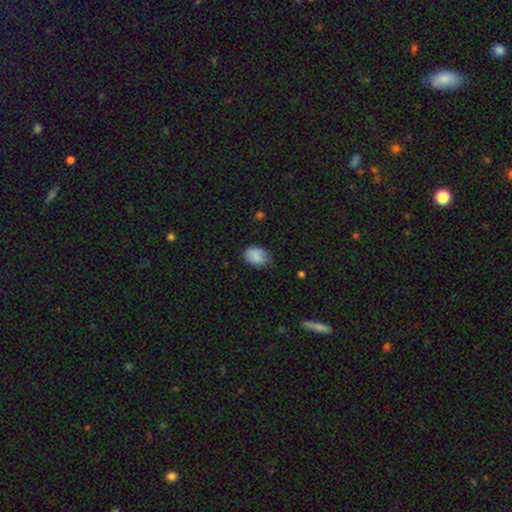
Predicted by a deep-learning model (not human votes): A smooth galaxy with no disk features (85%) that is in between round and cigar-shaped (77%).

Vote fractions:
- Smooth or featured? smooth: 85% / star or artifact: 8% / featured or disk: 7%
- How rounded? in between: 77% / round: 22% / cigar-shaped: 1%
- Merging? none: 63% / minor disturbance: 30% / major disturbance: 5% / merger: 1%